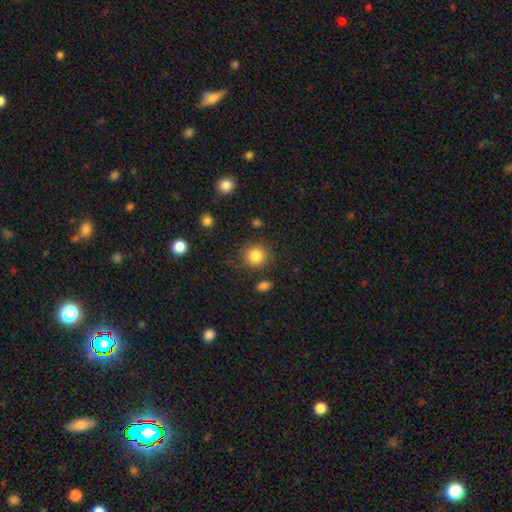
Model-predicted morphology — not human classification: smooth_or_featured: smooth (p=0.85) [alt: star or artifact p=0.10]
how_rounded: round (p=0.89) [alt: in between p=0.10]
merging: none (p=0.85) [alt: minor disturbance p=0.08]